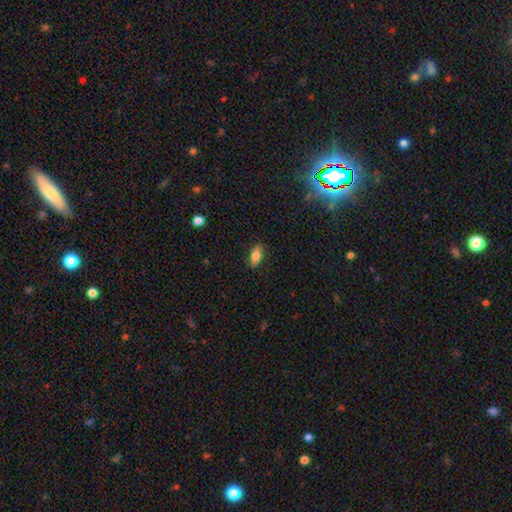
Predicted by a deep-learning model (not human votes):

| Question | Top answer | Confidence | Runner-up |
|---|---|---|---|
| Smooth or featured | smooth | 78% | featured or disk (13%) |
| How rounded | in between | 86% | cigar-shaped (10%) |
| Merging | none | 85% | minor disturbance (11%) |